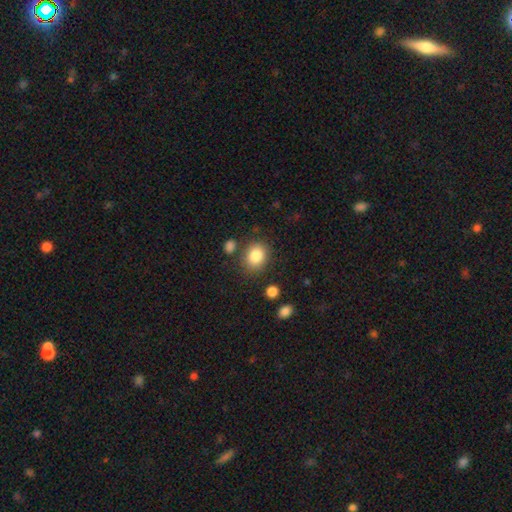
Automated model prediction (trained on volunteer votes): smooth 85%, star or artifact 9%, featured or disk 6%. Down the decision tree: how rounded — round (53%); merging — none (77%).